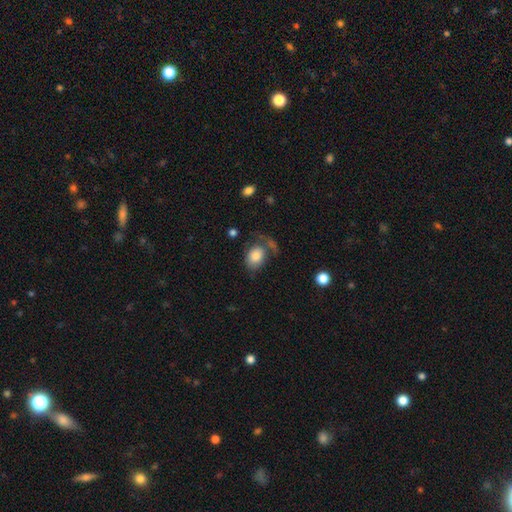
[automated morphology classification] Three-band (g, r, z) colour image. It shows a smooth galaxy with no disk features (79%) that is in between round and cigar-shaped (70%). Merging: none (44%).